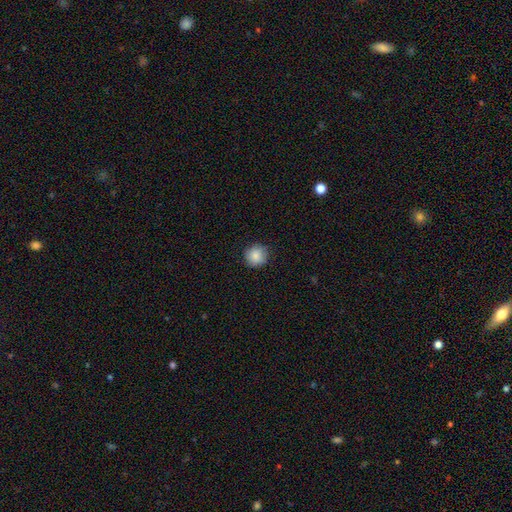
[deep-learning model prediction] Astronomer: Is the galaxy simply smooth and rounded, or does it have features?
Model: smooth — 86%.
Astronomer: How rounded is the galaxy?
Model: round — 93%.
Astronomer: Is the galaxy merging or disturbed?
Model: none — 86%.